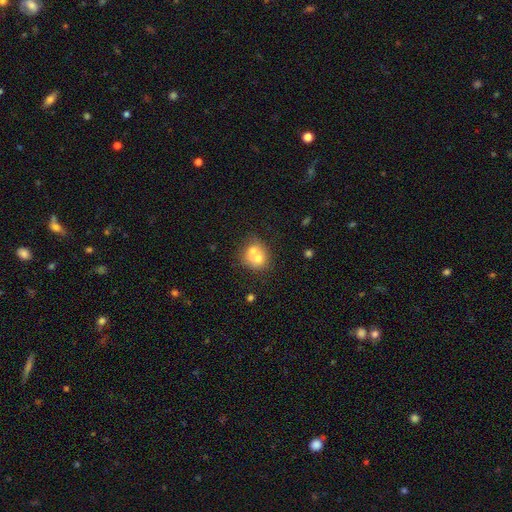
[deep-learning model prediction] Q: Smooth or featured?
A: smooth (65%); runner-up: featured or disk (26%)
Q: How rounded?
A: round (74%); runner-up: in between (26%)
Q: Merging?
A: merger (62%); runner-up: none (28%)